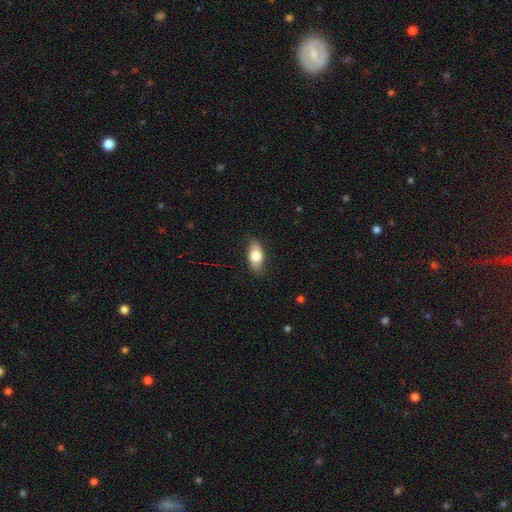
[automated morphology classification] A smooth galaxy with no disk features (69%) that is in between round and cigar-shaped (87%).

Vote fractions:
- Smooth or featured? smooth: 69% / featured or disk: 24% / star or artifact: 7%
- How rounded? in between: 87% / cigar-shaped: 8% / round: 6%
- Merging? none: 80% / minor disturbance: 16% / major disturbance: 3% / merger: 1%